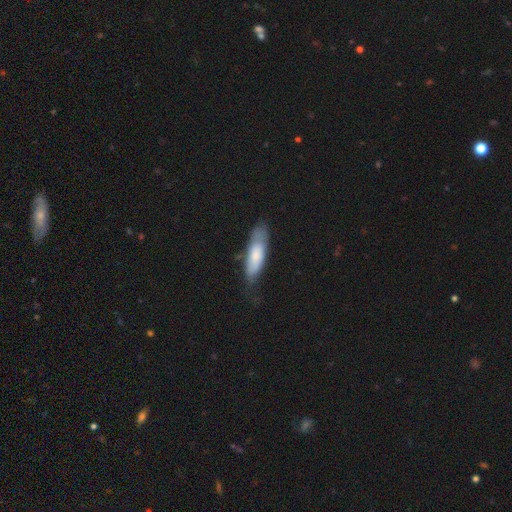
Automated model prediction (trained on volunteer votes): This appears to be a smooth galaxy with no disk features (70%) that is in between round and cigar-shaped (51%). Merging: none (59%).